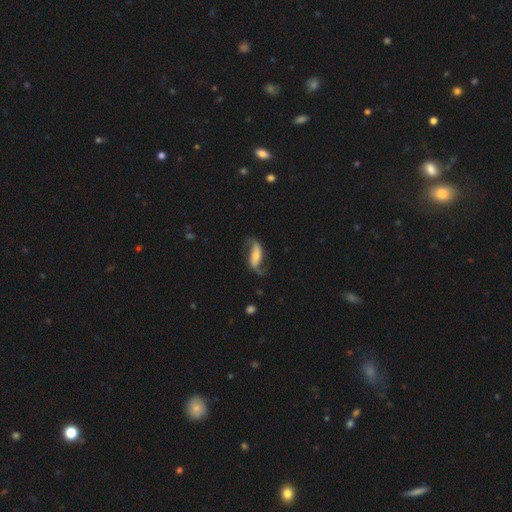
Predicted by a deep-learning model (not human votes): This is likely a featured or disk galaxy (79%). It is clearly not viewed edge-on (94%). Bar: marginally strong (43%). Spiral arm pattern: clearly yes (94%). Spiral arm count: clearly 2 (91%). Spiral winding: likely loose (69%). Central bulge: marginally small (34%). Merging: likely none (70%).